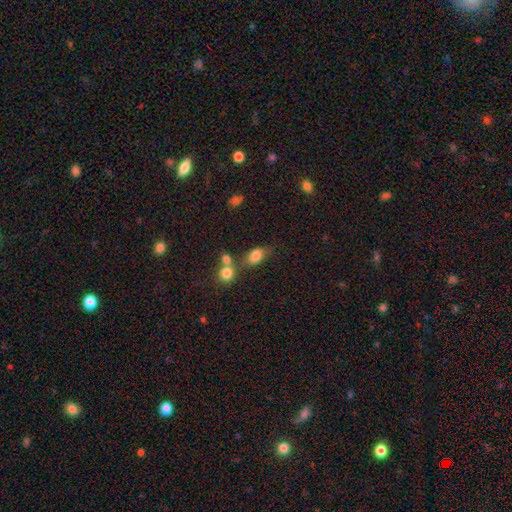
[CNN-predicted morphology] The model was most divided on "merging": none: 54%, merger: 23%, minor disturbance: 16%, major disturbance: 7%. More confident: how rounded — in between (81%); smooth or featured — smooth (80%).